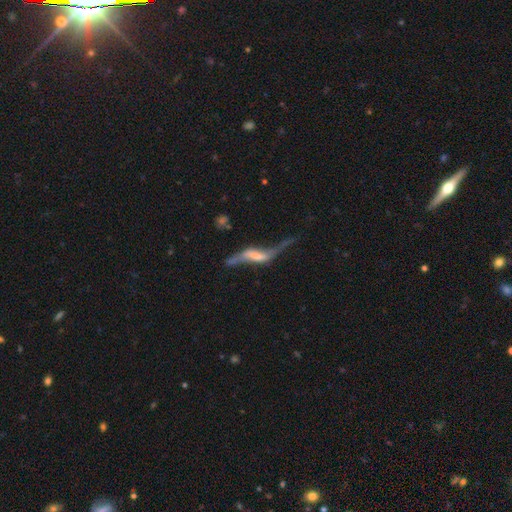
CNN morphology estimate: Smooth or featured?
  - featured or disk: 74% *
  - smooth: 18%
  - star or artifact: 7%
Edge-on disk?
  - no: 78% *
  - yes: 22%
Bar?
  - strong: 43% *
  - weak: 34%
  - no: 23%
Spiral arms?
  - yes: 75% *
  - no: 25%
Bulge size?
  - none: 44% *
  - small: 22%
  - moderate: 21%
  - large: 10%
  - dominant: 3%
Merging?
  - major disturbance: 37% *
  - none: 32%
  - minor disturbance: 19%
  - merger: 12%